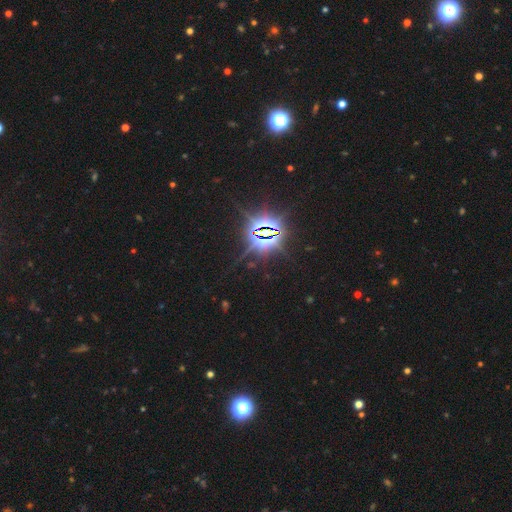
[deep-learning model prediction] star or artifact 84%, smooth 10%, featured or disk 6%.